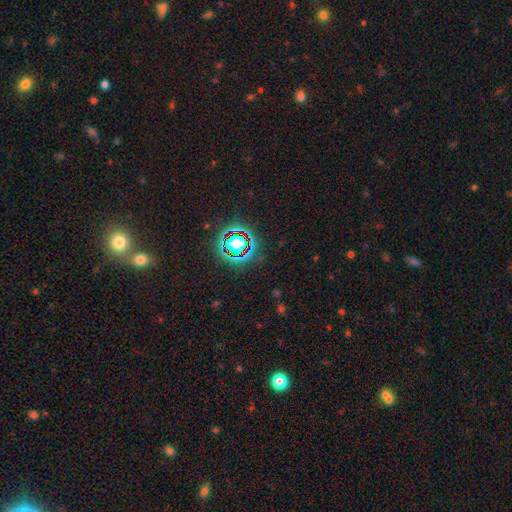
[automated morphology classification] Smooth or featured: star or artifact — 77% (smooth — 14%)